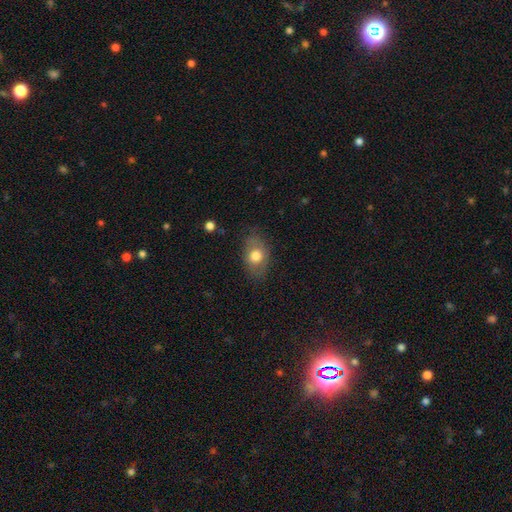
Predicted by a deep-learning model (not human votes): smooth-or-featured: smooth: 69% | featured or disk: 24% | star or artifact: 7%
  how-rounded: in between: 80% | round: 18% | cigar-shaped: 2%
  merging: none: 77% | minor disturbance: 17% | major disturbance: 5% | merger: 1%